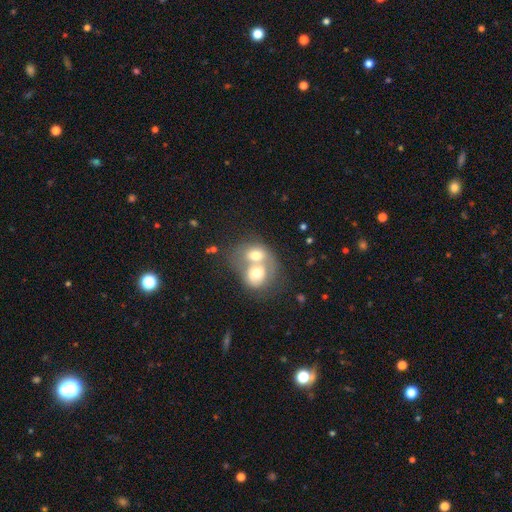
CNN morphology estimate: Smooth or featured? smooth (60%)
How rounded? round (52%)
Merging? merger (78%)